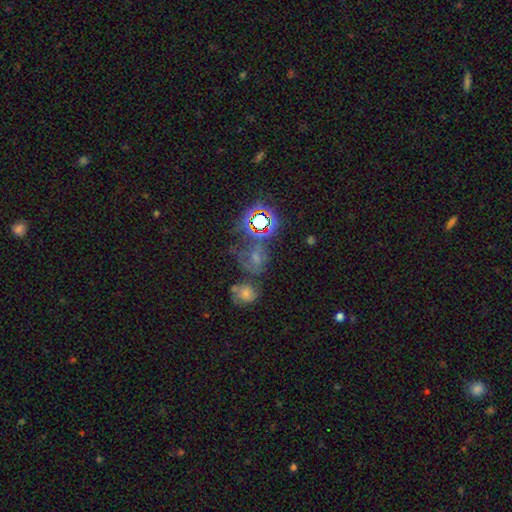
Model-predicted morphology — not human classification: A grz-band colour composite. It shows a star or artifact, not a galaxy (52%).